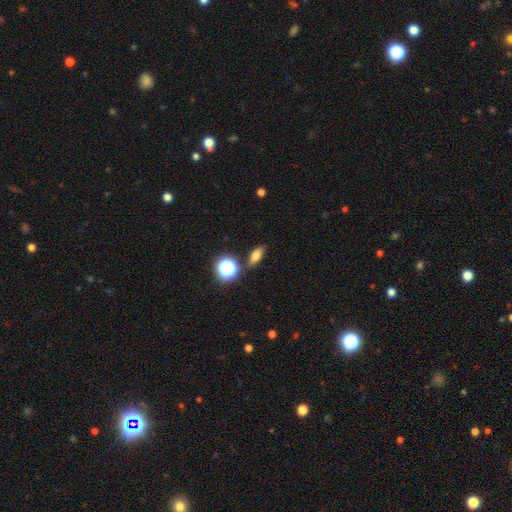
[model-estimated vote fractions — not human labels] smooth-or-featured: smooth: 67% | star or artifact: 18% | featured or disk: 15%
  how-rounded: in between: 66% | cigar-shaped: 17% | round: 16%
  merging: none: 83% | minor disturbance: 10% | merger: 4% | major disturbance: 3%